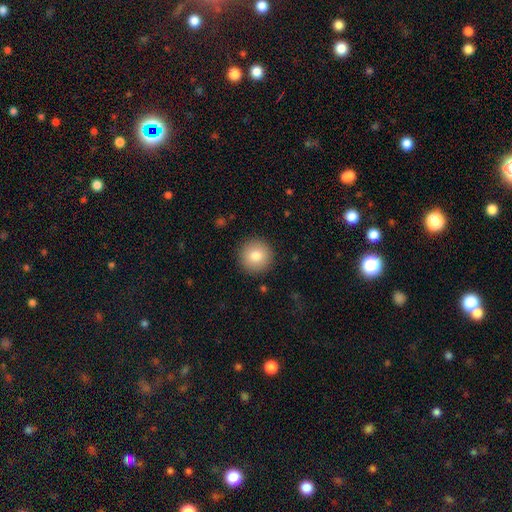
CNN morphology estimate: This is clearly a smooth galaxy (81%). How rounded: clearly round (95%). Merging: clearly none (91%).